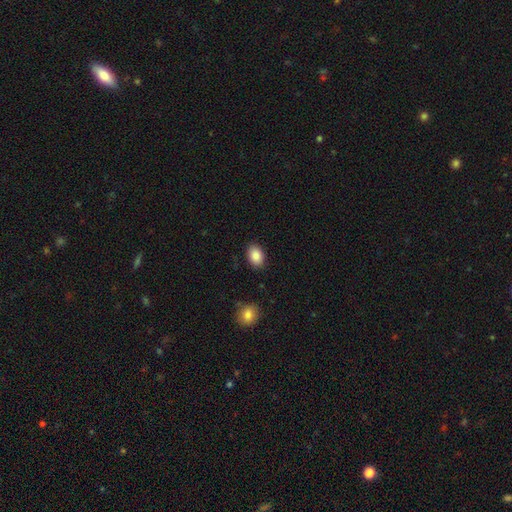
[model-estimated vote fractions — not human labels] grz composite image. It shows a smooth galaxy with no disk features (87%) that is in between round and cigar-shaped (82%). Merging: none (88%).